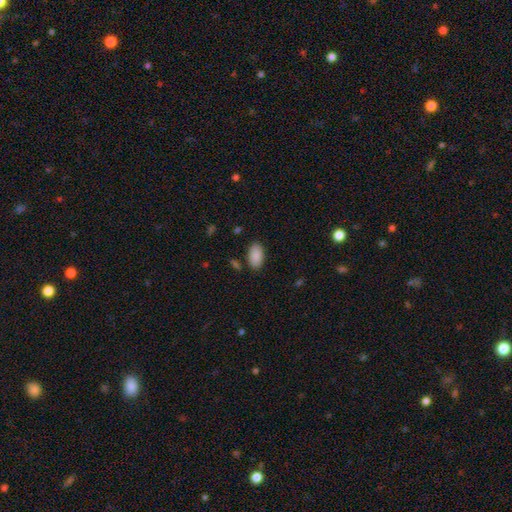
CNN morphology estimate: Smooth or featured: smooth — 89% (star or artifact — 7%)
How rounded: in between — 95% (round — 4%)
Merging: none — 86% (minor disturbance — 10%)